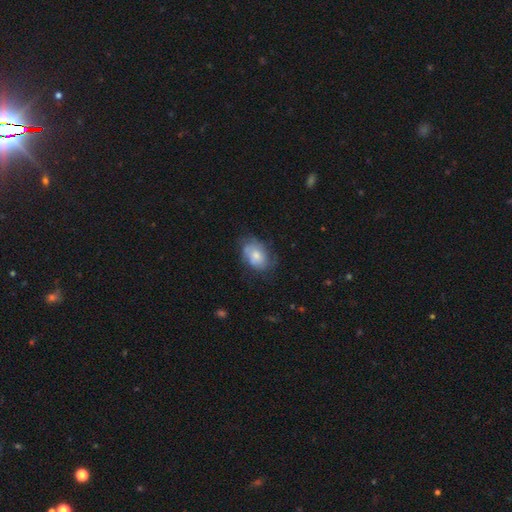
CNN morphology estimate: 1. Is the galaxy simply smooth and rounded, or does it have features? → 60% smooth, 32% featured or disk, 8% star or artifact.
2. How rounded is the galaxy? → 78% in between, 21% round, 1% cigar-shaped.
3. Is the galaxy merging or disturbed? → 55% none, 30% minor disturbance, 13% major disturbance, 3% merger.